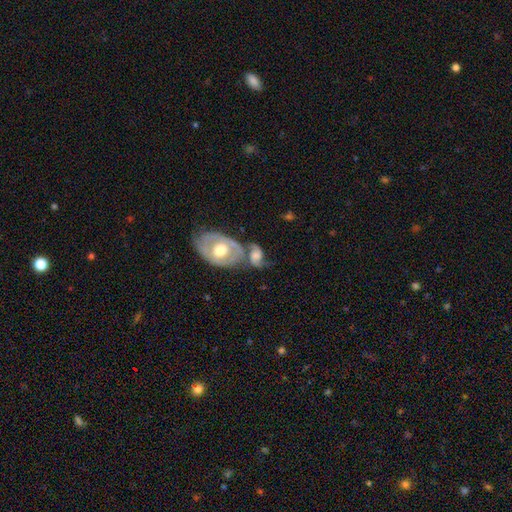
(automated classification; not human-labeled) The model was most divided on "bulge size": moderate: 48%, large: 29%, small: 13%, none: 7%, dominant: 4%. Remaining: edge-on disk — no (94%); spiral arms — yes (78%); bar — no (68%); smooth or featured — featured or disk (64%); merging — merger (47%).